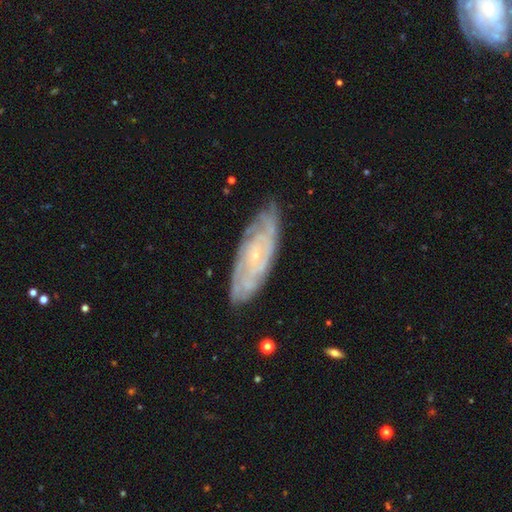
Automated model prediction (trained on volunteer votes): smooth-or-featured: featured or disk: 81% | smooth: 12% | star or artifact: 6%
  disk-edge-on: no: 87% | yes: 13%
    bar: no: 69% | weak: 25% | strong: 7%
    has-spiral-arms: yes: 94% | no: 6%
      spiral-winding: tight: 73% | medium: 22% | loose: 5%
      spiral-arm-count: can't tell: 43% | 2: 20% | 3: 13% | 4: 13% | more than 4: 6% | 1: 5%
    bulge-size: small: 84% | moderate: 10% | none: 4% | large: 1% | dominant: 1%
  merging: none: 79% | minor disturbance: 16% | major disturbance: 3% | merger: 1%